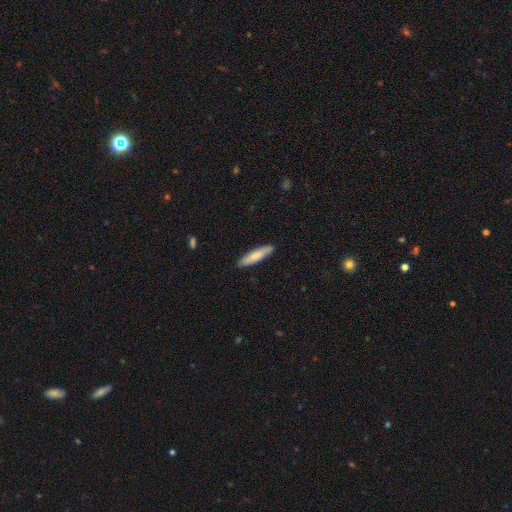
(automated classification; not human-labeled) smooth-or-featured: smooth: 77% | featured or disk: 18% | star or artifact: 5%
  how-rounded: cigar-shaped: 80% | in between: 19% | round: 1%
  merging: none: 88% | minor disturbance: 10% | major disturbance: 2% | merger: 1%